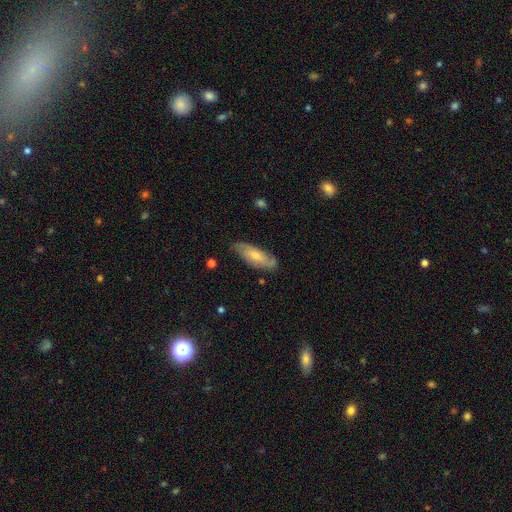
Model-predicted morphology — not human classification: A smooth galaxy with no disk features (48%).

Vote fractions:
- Smooth or featured? smooth: 48% / featured or disk: 46% / star or artifact: 6%
- Merging? none: 73% / minor disturbance: 21% / major disturbance: 5% / merger: 2%